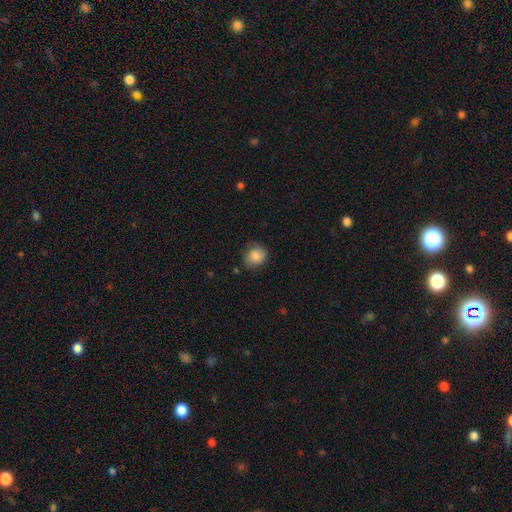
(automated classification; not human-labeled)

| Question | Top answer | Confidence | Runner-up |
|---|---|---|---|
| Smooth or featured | smooth | 84% | star or artifact (8%) |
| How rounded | round | 77% | in between (22%) |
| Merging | none | 75% | minor disturbance (19%) |